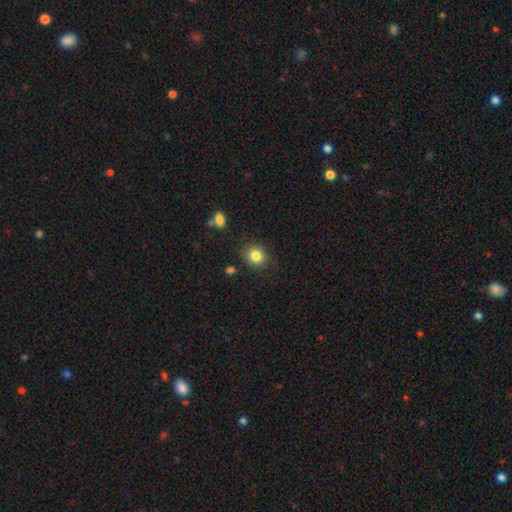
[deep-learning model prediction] Q: Smooth or featured?
A: smooth (83%); runner-up: star or artifact (11%)
Q: How rounded?
A: round (76%); runner-up: in between (23%)
Q: Merging?
A: none (82%); runner-up: minor disturbance (12%)